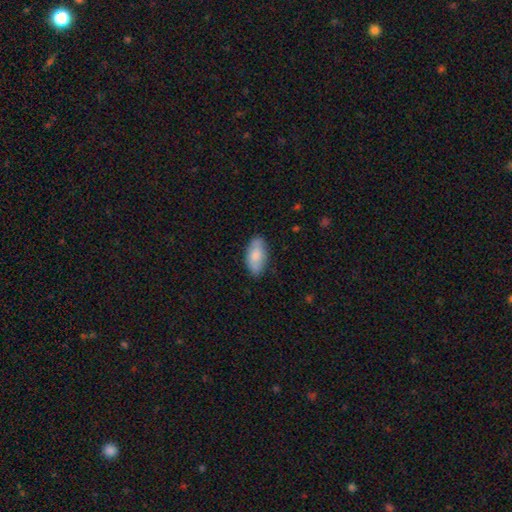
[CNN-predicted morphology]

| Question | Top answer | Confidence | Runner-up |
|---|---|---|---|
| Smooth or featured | smooth | 78% | featured or disk (16%) |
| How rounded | in between | 93% | cigar-shaped (4%) |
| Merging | none | 80% | minor disturbance (16%) |